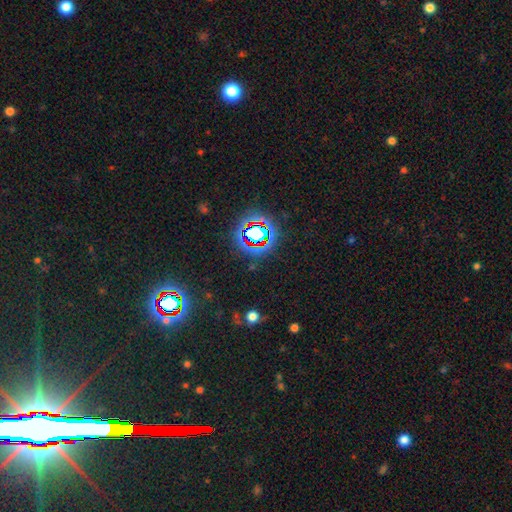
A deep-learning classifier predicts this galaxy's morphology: Smooth or featured?
  - star or artifact: 80% *
  - smooth: 11%
  - featured or disk: 9%